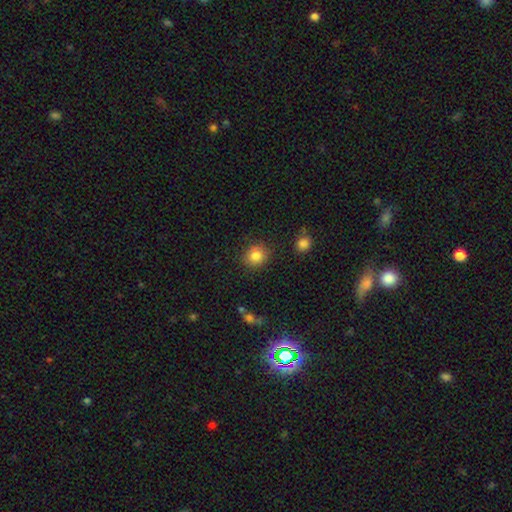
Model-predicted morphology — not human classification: The model was most divided on "how rounded": round: 78%, in between: 21%, cigar-shaped: 1%. More confident: merging — none (85%); smooth or featured — smooth (83%).